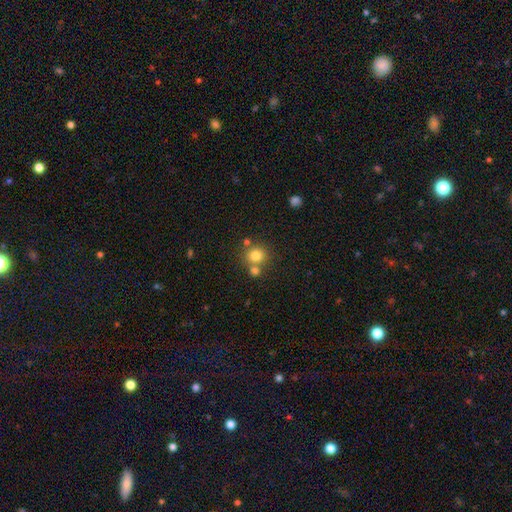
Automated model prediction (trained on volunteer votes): This is likely a smooth galaxy (79%). How rounded: clearly round (87%). Merging: likely none (63%).